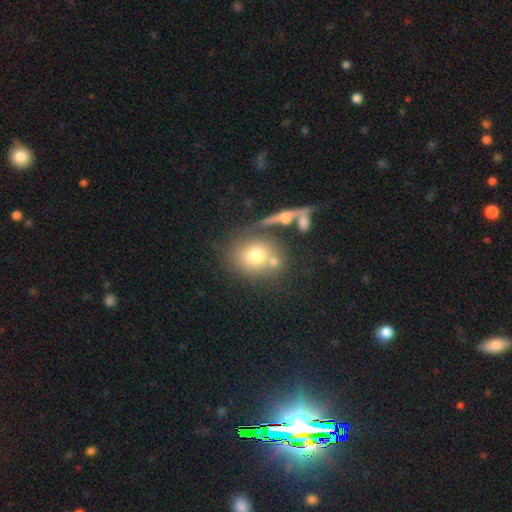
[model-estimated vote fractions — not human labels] Smooth or featured?
  - smooth: 70% *
  - featured or disk: 19%
  - star or artifact: 11%
How rounded?
  - round: 73% *
  - in between: 25%
  - cigar-shaped: 2%
Merging?
  - none: 58% *
  - merger: 23%
  - minor disturbance: 13%
  - major disturbance: 6%